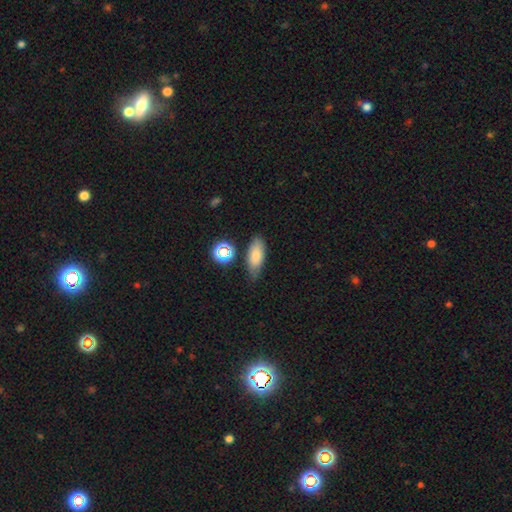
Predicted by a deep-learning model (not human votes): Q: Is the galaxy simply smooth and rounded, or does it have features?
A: smooth — 78%.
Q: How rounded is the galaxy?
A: in between — 79%.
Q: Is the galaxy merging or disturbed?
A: none — 70%.